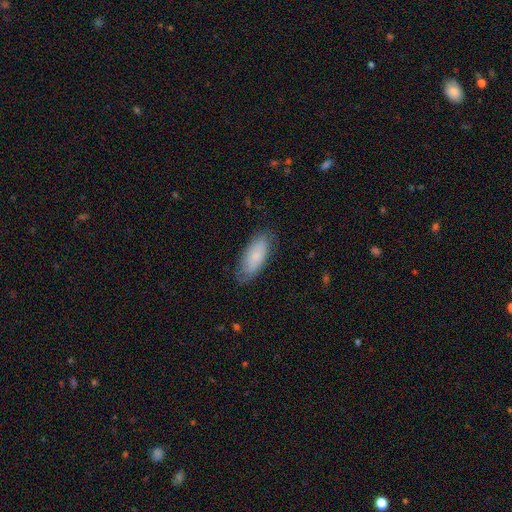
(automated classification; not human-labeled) smooth_or_featured: smooth (p=0.73) [alt: featured or disk p=0.21]
how_rounded: in between (p=0.83) [alt: cigar-shaped p=0.15]
merging: none (p=0.75) [alt: minor disturbance p=0.19]